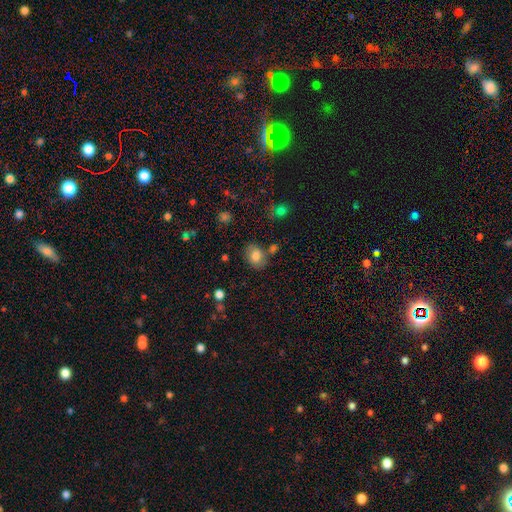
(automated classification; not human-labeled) smooth_or_featured: smooth (p=0.80) [alt: featured or disk p=0.10]
how_rounded: in between (p=0.63) [alt: round p=0.36]
merging: none (p=0.70) [alt: minor disturbance p=0.16]